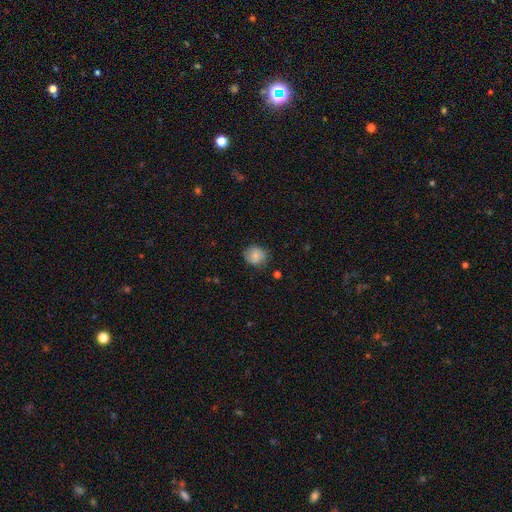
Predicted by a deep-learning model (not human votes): smooth 74%, featured or disk 17%, star or artifact 9%. Down the decision tree: how rounded — round (72%); merging — none (76%).